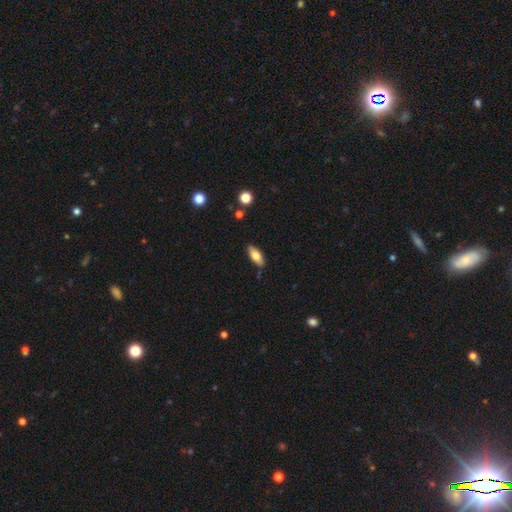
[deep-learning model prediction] Overall: smooth (72%). How rounded: in between (80%). Merging: none (83%).